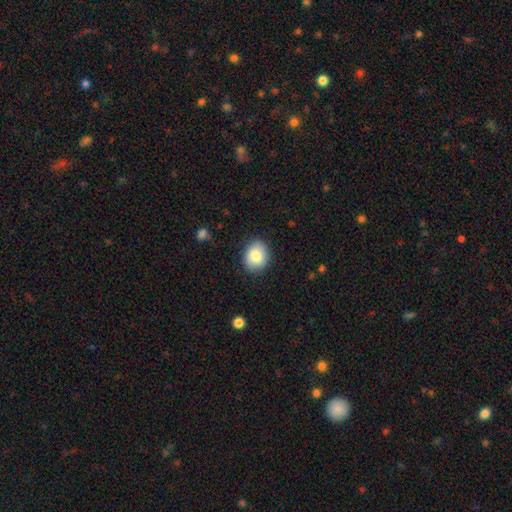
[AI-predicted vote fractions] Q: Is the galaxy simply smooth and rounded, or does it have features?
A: smooth — 84%.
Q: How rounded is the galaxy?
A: round — 59%.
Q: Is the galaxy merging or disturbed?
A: none — 86%.